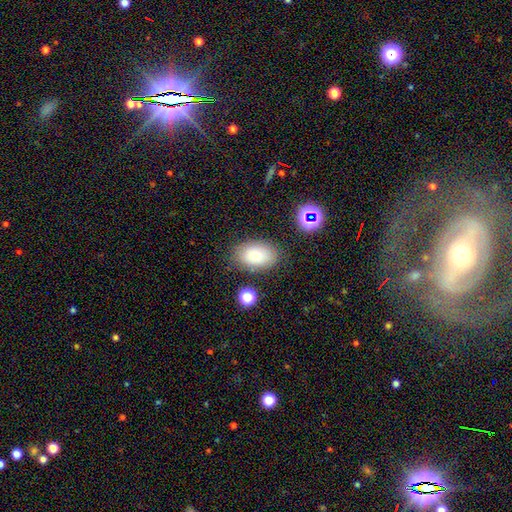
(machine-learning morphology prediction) The model was most divided on "merging": none: 80%, minor disturbance: 13%, major disturbance: 4%, merger: 3%. More confident: how rounded — in between (89%); smooth or featured — smooth (80%).